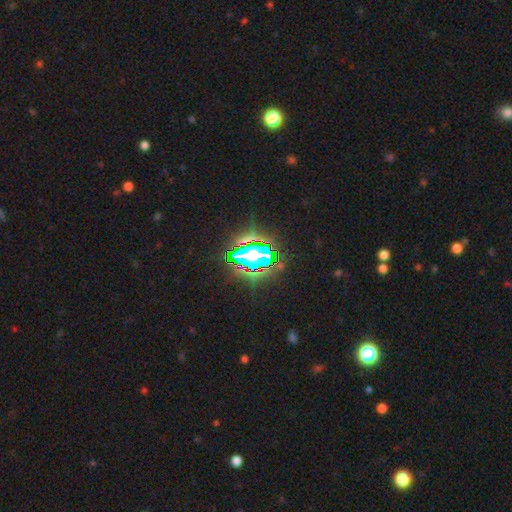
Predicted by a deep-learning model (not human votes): smooth_or_featured: star or artifact (p=0.72) [alt: smooth p=0.16]